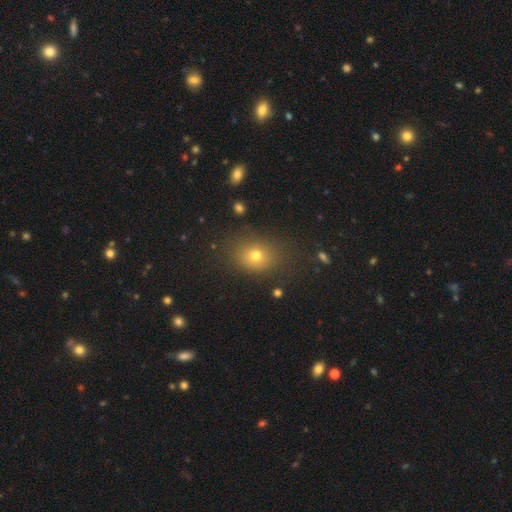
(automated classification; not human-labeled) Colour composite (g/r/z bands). It shows a smooth galaxy with no disk features (72%) that is round (50%). Merging: none (80%).